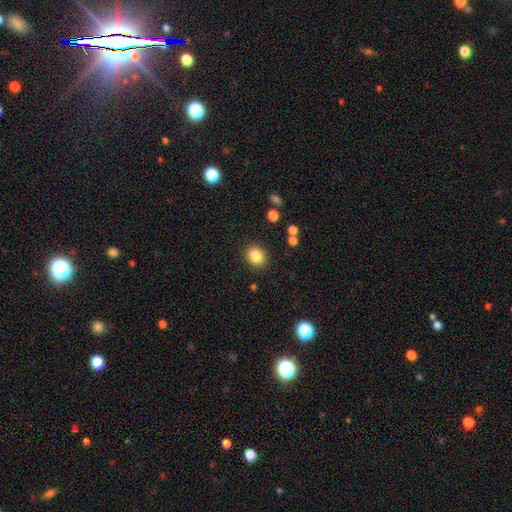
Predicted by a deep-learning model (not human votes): Q: Smooth or featured?
A: smooth (84%); runner-up: star or artifact (10%)
Q: How rounded?
A: round (65%); runner-up: in between (34%)
Q: Merging?
A: none (88%); runner-up: minor disturbance (8%)